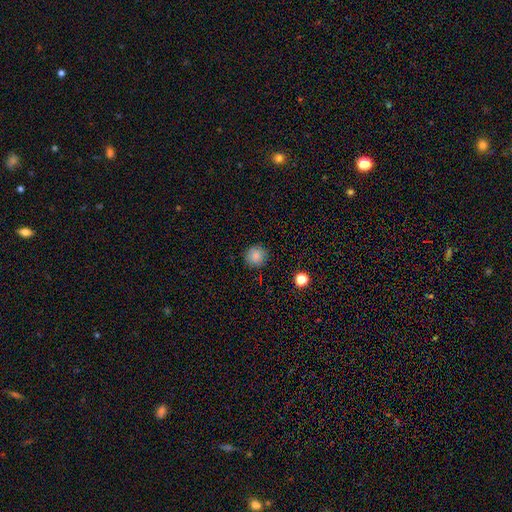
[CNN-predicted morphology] smooth 85%, star or artifact 11%, featured or disk 5%. Down the decision tree: how rounded — round (94%); merging — none (89%).